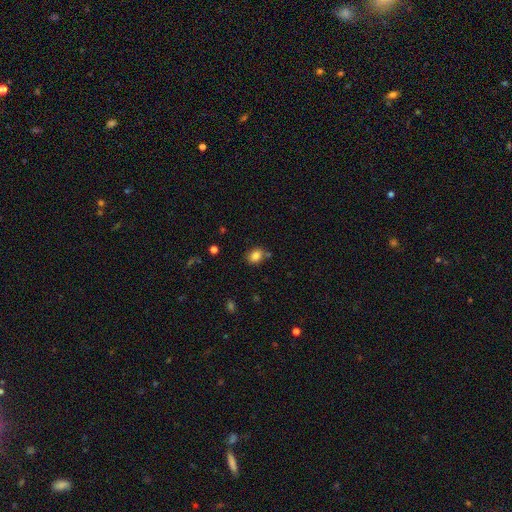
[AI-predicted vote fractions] A smooth galaxy with no disk features (83%) that is in between round and cigar-shaped (53%). Merging: none (76%).